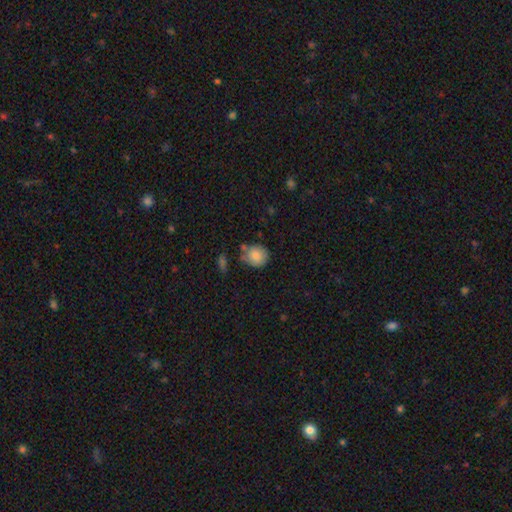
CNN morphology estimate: smooth-or-featured: smooth: 84% | featured or disk: 9% | star or artifact: 8%
  how-rounded: round: 80% | in between: 19% | cigar-shaped: 1%
  merging: none: 62% | minor disturbance: 21% | merger: 11% | major disturbance: 6%